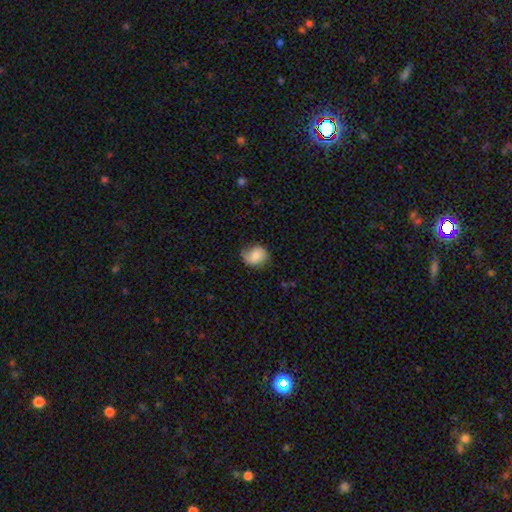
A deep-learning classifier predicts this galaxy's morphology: Smooth or featured: smooth — 63% (featured or disk — 29%)
How rounded: round — 63% (in between — 36%)
Merging: none — 63% (minor disturbance — 26%)